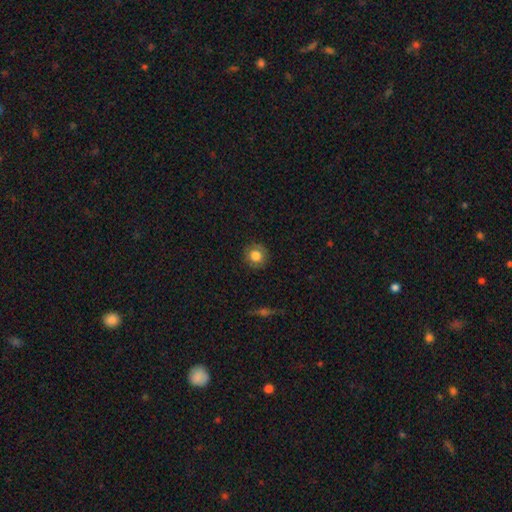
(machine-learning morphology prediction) Smooth or featured?
  - smooth: 81% *
  - star or artifact: 10%
  - featured or disk: 10%
How rounded?
  - round: 90% *
  - in between: 9%
  - cigar-shaped: 1%
Merging?
  - none: 89% *
  - minor disturbance: 8%
  - major disturbance: 2%
  - merger: 1%